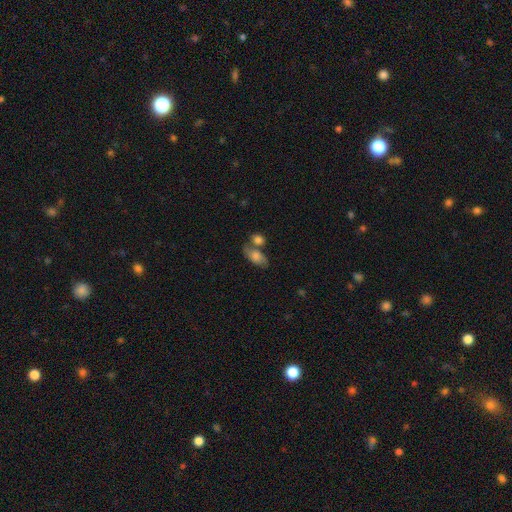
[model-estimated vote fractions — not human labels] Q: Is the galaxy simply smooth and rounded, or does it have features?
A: smooth — 66%.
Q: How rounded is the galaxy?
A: in between — 84%.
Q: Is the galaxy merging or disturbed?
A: none — 43%.